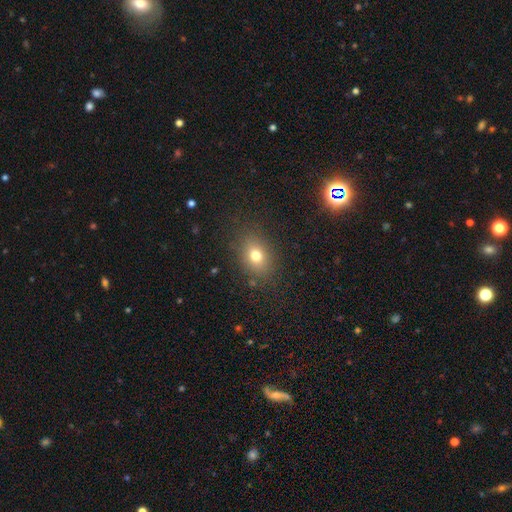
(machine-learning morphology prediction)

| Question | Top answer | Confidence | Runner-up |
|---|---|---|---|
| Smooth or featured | smooth | 74% | star or artifact (14%) |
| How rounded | in between | 64% | round (35%) |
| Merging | none | 84% | minor disturbance (11%) |